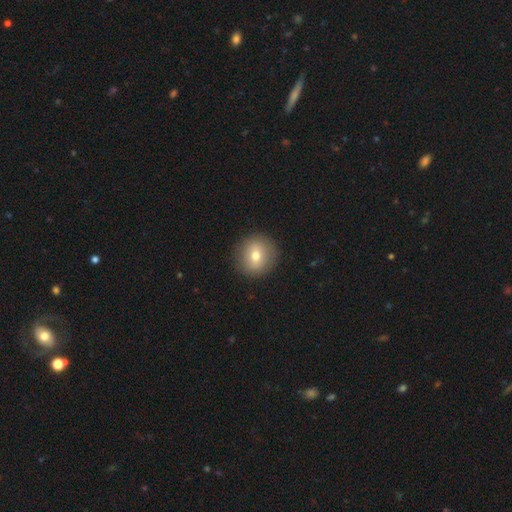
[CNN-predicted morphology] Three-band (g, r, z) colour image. It shows a smooth galaxy with no disk features (71%) that is round (91%). Merging: none (90%).